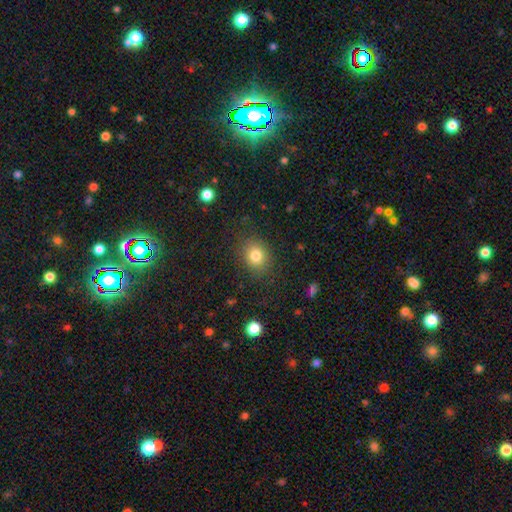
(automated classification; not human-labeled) Q: Smooth or featured?
A: smooth (81%); runner-up: star or artifact (12%)
Q: How rounded?
A: round (61%); runner-up: in between (38%)
Q: Merging?
A: none (84%); runner-up: minor disturbance (11%)